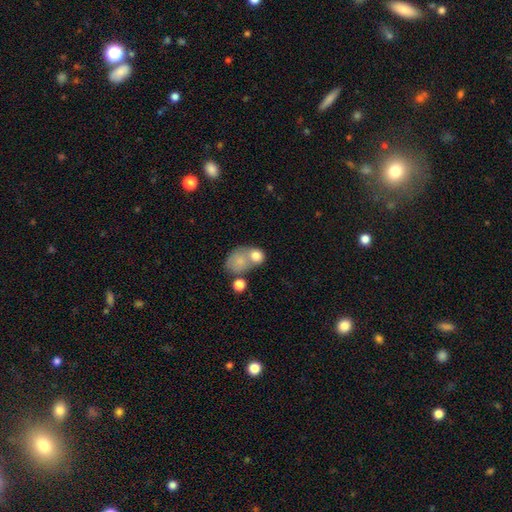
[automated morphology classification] smooth 76%, featured or disk 15%, star or artifact 9%. Down the decision tree: how rounded — round (56%); merging — merger (54%).